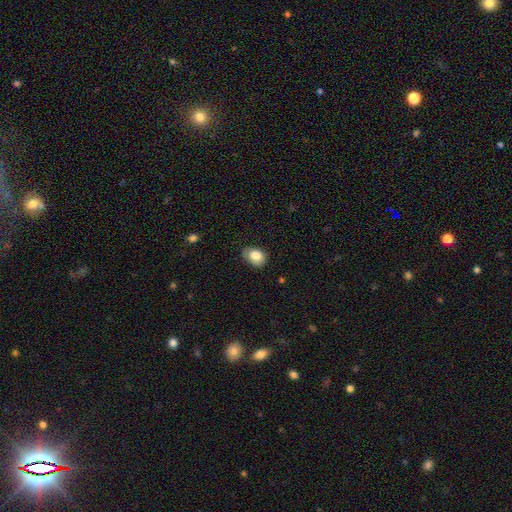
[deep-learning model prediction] smooth-or-featured: smooth: 84% | featured or disk: 8% | star or artifact: 8%
  how-rounded: in between: 70% | round: 29% | cigar-shaped: 1%
  merging: none: 70% | minor disturbance: 25% | major disturbance: 4% | merger: 1%